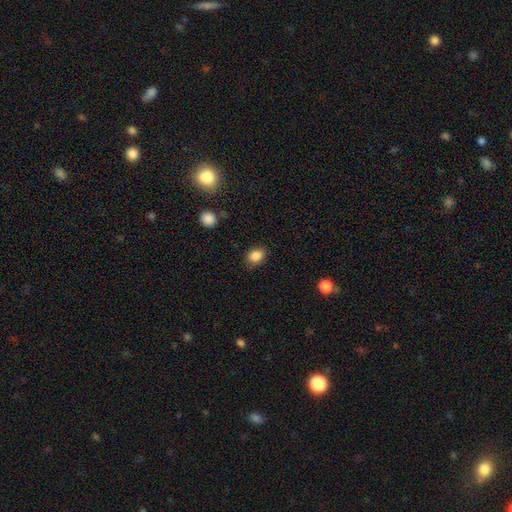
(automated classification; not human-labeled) smooth_or_featured: smooth (p=0.86) [alt: star or artifact p=0.10]
how_rounded: in between (p=0.65) [alt: round p=0.34]
merging: none (p=0.82) [alt: minor disturbance p=0.13]